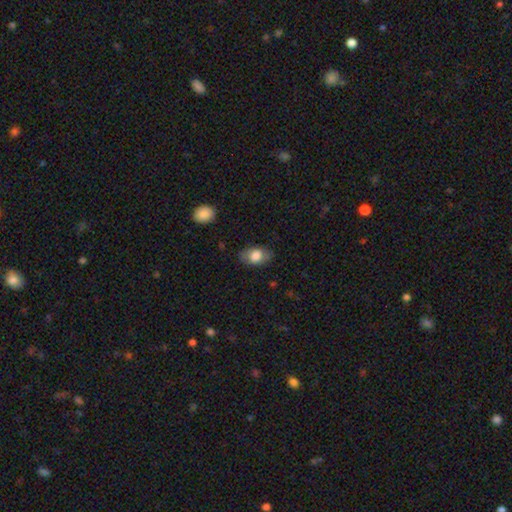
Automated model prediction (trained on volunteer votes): smooth 76%, featured or disk 17%, star or artifact 7%. Down the decision tree: how rounded — in between (87%); merging — none (79%).